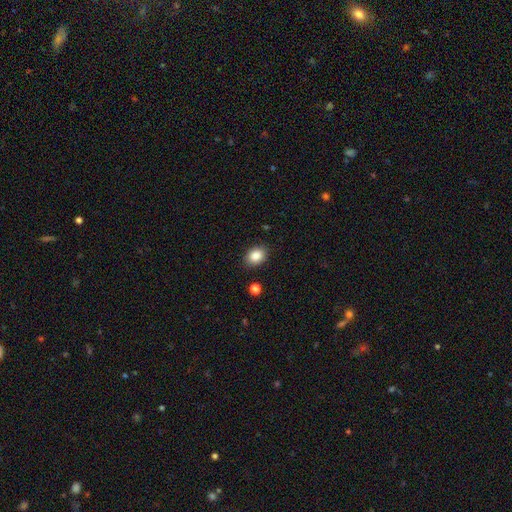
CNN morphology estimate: smooth-or-featured: smooth: 87% | star or artifact: 9% | featured or disk: 5%
  how-rounded: in between: 68% | round: 31% | cigar-shaped: 1%
  merging: none: 86% | minor disturbance: 10% | major disturbance: 3% | merger: 2%